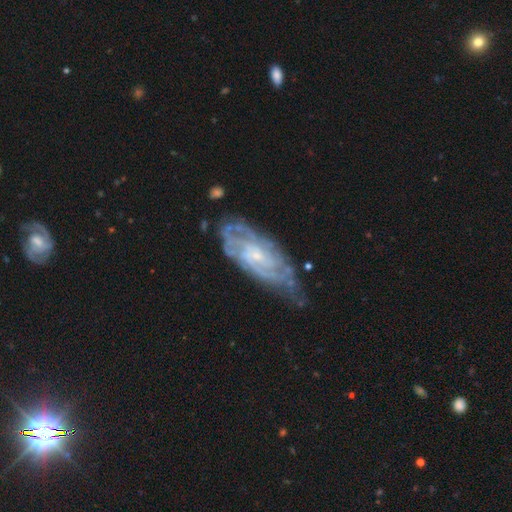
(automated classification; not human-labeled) A featured or disk galaxy (83%) with no bar (63%), tight (65%) spiral arms (93%) and a small central bulge (76%).

Vote fractions:
- Smooth or featured? featured or disk: 83% / smooth: 11% / star or artifact: 7%
- Edge-on disk? no: 92% / yes: 8%
- Bar? no: 63% / weak: 30% / strong: 6%
- Spiral arms? yes: 93% / no: 7%
- Spiral winding? tight: 65% / medium: 29% / loose: 6%
- Spiral arm count? can't tell: 46% / 2: 17% / 4: 14% / 3: 13% / more than 4: 6% / 1: 5%
- Bulge size? small: 76% / moderate: 17% / none: 5% / large: 1% / dominant: 1%
- Merging? none: 58% / minor disturbance: 28% / major disturbance: 11% / merger: 3%